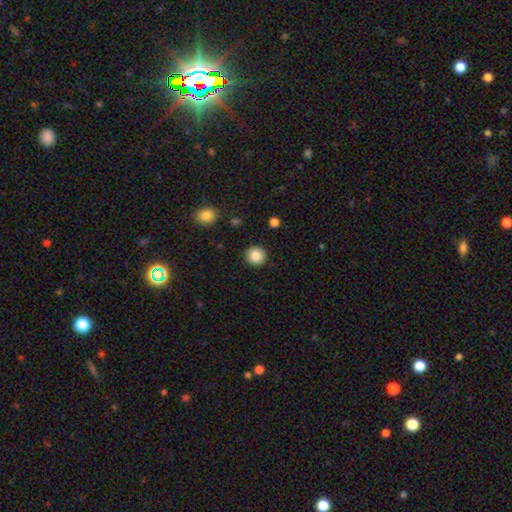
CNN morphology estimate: smooth 85%, star or artifact 9%, featured or disk 5%. Down the decision tree: how rounded — round (93%); merging — none (92%).